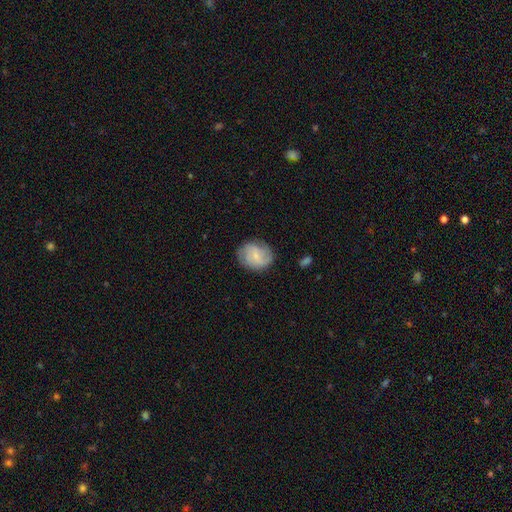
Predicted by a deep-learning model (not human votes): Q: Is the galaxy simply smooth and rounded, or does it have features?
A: featured or disk — 47%.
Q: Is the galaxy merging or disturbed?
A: none — 77%.